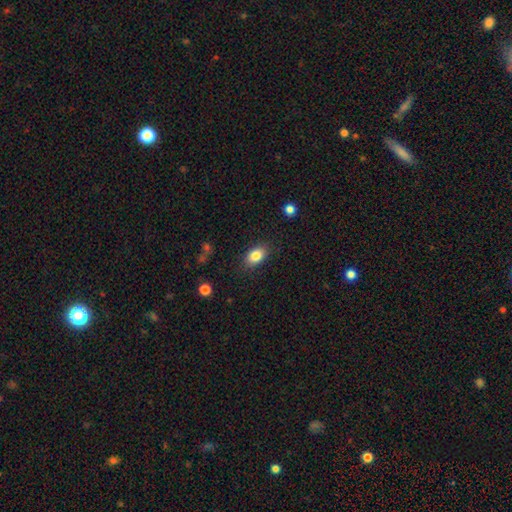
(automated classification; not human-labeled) This is clearly a smooth galaxy (84%). How rounded: clearly in between (86%). Merging: clearly none (84%).